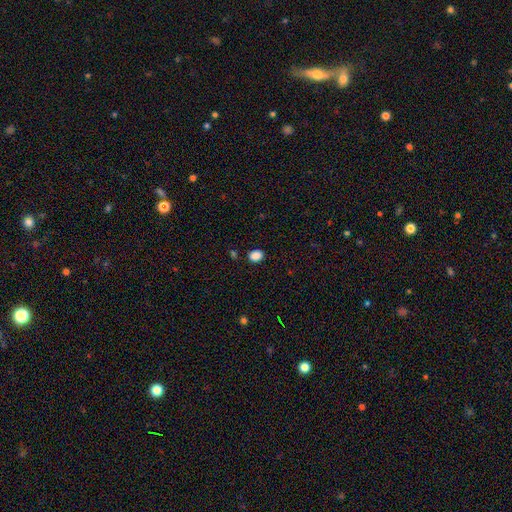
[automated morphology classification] smooth_or_featured: smooth (p=0.87) [alt: star or artifact p=0.10]
how_rounded: in between (p=0.71) [alt: round p=0.28]
merging: none (p=0.86) [alt: minor disturbance p=0.10]